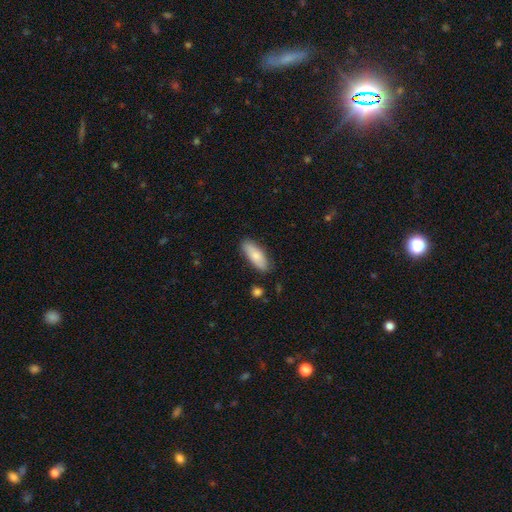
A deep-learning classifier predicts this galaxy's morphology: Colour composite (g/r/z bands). It shows a smooth galaxy with no disk features (79%) that is in between round and cigar-shaped (70%). Merging: none (83%).